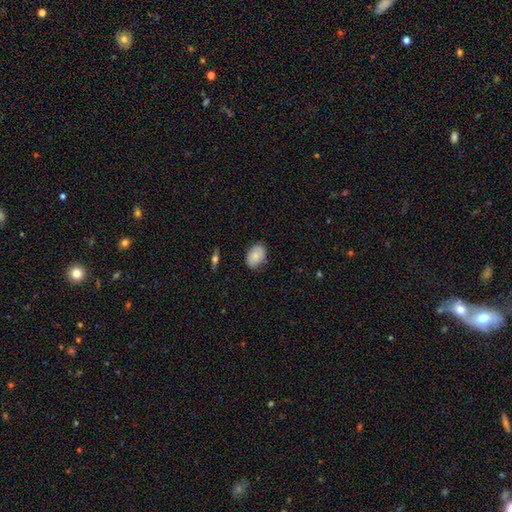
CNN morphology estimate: smooth-or-featured: smooth: 79% | featured or disk: 14% | star or artifact: 7%
  how-rounded: in between: 84% | round: 15% | cigar-shaped: 1%
  merging: none: 79% | minor disturbance: 17% | major disturbance: 3% | merger: 1%